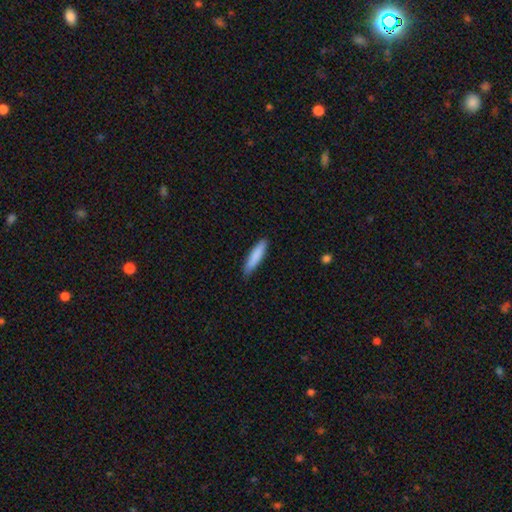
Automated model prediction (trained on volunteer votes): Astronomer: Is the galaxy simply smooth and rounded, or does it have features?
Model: smooth — 84%.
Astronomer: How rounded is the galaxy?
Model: cigar-shaped — 82%.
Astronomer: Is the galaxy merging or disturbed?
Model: none — 83%.